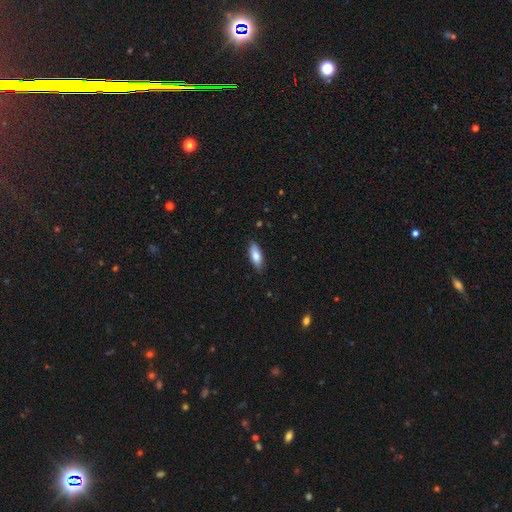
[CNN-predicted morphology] Smooth or featured?
  - smooth: 81% *
  - featured or disk: 13%
  - star or artifact: 6%
How rounded?
  - in between: 74% *
  - cigar-shaped: 24%
  - round: 2%
Merging?
  - none: 86% *
  - minor disturbance: 11%
  - major disturbance: 2%
  - merger: 1%